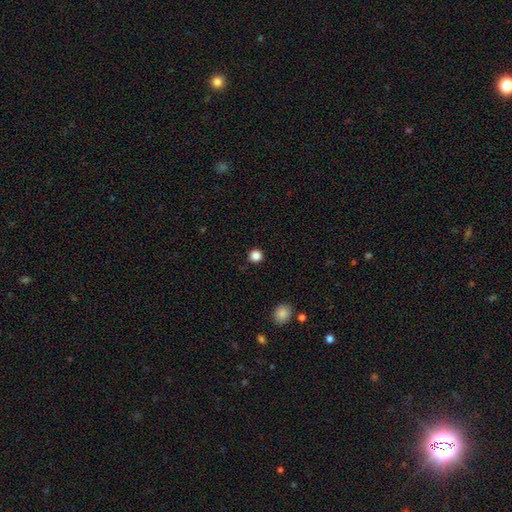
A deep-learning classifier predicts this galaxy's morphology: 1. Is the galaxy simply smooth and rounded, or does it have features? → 85% smooth, 12% star or artifact, 3% featured or disk.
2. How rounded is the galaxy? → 93% round, 6% in between, 1% cigar-shaped.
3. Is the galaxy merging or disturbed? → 91% none, 5% minor disturbance, 2% major disturbance, 1% merger.